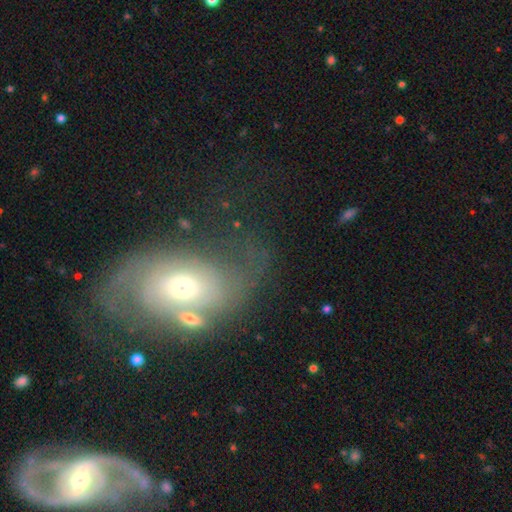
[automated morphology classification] featured or disk 68%, smooth 22%, star or artifact 10%. Down the decision tree: edge-on disk — no (95%); bar — no (76%); spiral arms — yes (79%); spiral arm count — 2 (59%); spiral winding — tight (37%); bulge size — small (48%); merging — none (42%).